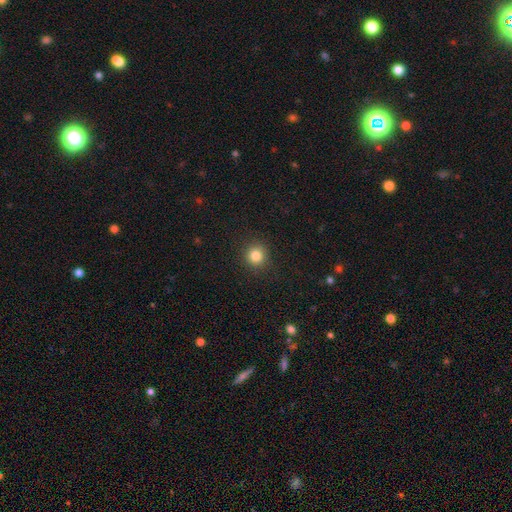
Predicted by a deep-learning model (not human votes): This is clearly a smooth galaxy (83%). How rounded: clearly round (92%). Merging: clearly none (91%).